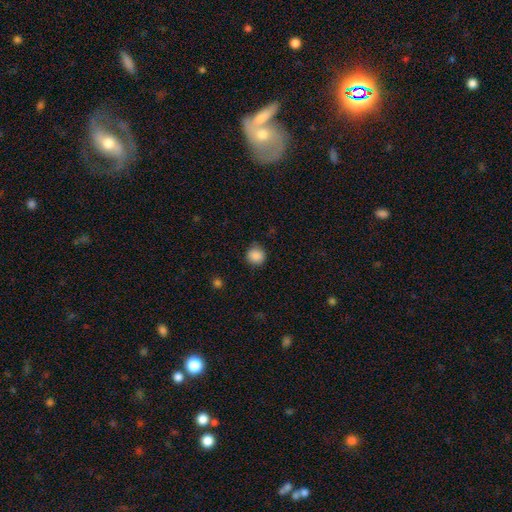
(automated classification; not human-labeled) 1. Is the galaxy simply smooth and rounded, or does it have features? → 88% smooth, 9% star or artifact, 3% featured or disk.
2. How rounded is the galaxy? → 89% round, 10% in between, 1% cigar-shaped.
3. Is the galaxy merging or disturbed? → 84% none, 12% minor disturbance, 3% major disturbance, 1% merger.